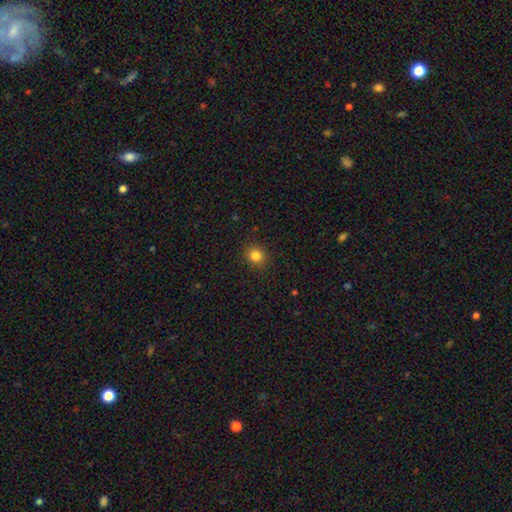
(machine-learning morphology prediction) smooth 83%, star or artifact 12%, featured or disk 5%. Down the decision tree: how rounded — round (85%); merging — none (90%).